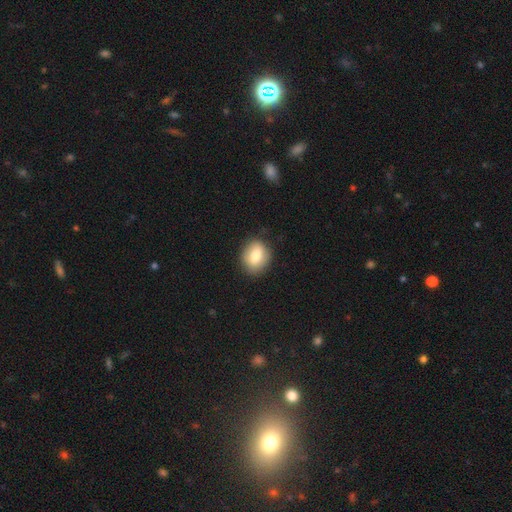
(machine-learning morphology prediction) The model was most divided on "how rounded": in between: 50%, round: 49%, cigar-shaped: 1%. More confident: merging — none (82%); smooth or featured — smooth (77%).